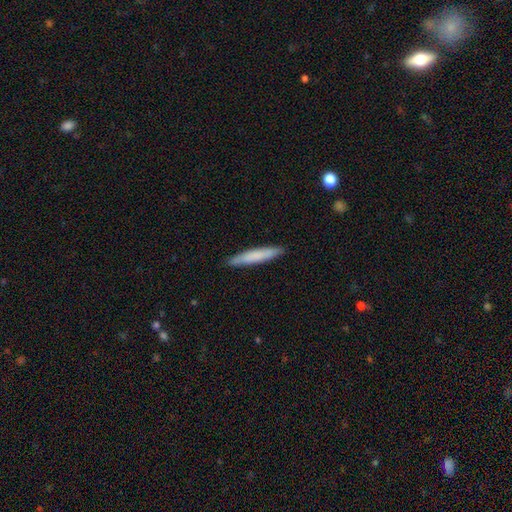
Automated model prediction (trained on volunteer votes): This is likely a smooth galaxy (72%). How rounded: clearly cigar-shaped (93%). Merging: clearly none (89%).